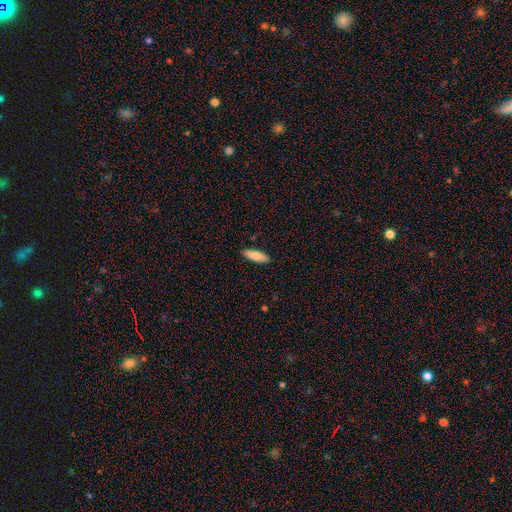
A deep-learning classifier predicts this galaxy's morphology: smooth_or_featured: smooth (p=0.83) [alt: featured or disk p=0.11]
how_rounded: in between (p=0.56) [alt: cigar-shaped p=0.42]
merging: none (p=0.88) [alt: minor disturbance p=0.09]